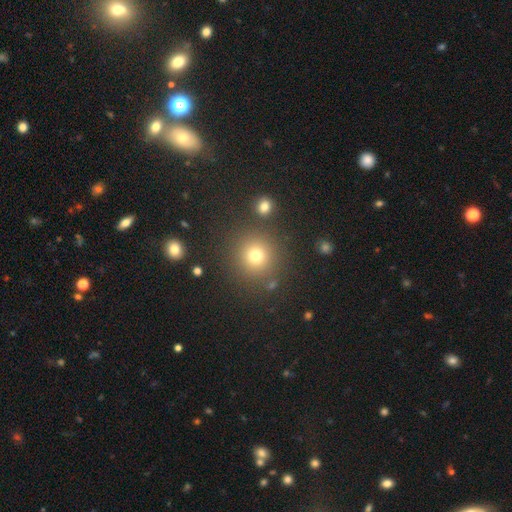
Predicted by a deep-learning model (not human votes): Q: Smooth or featured?
A: smooth (76%); runner-up: star or artifact (17%)
Q: How rounded?
A: round (94%); runner-up: in between (5%)
Q: Merging?
A: none (85%); runner-up: minor disturbance (7%)